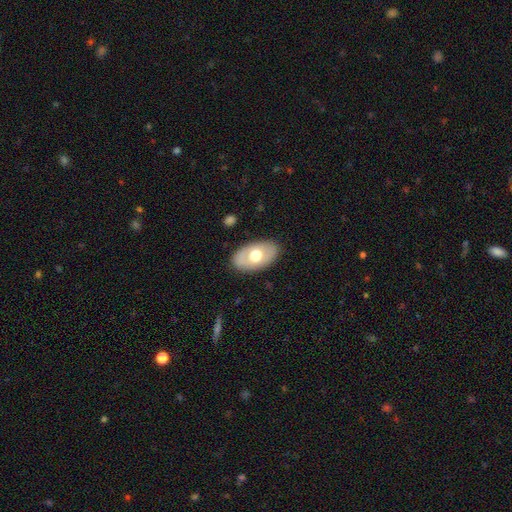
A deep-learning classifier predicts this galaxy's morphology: Smooth or featured: smooth — 58% (featured or disk — 36%)
How rounded: in between — 92% (round — 6%)
Merging: none — 85% (minor disturbance — 11%)